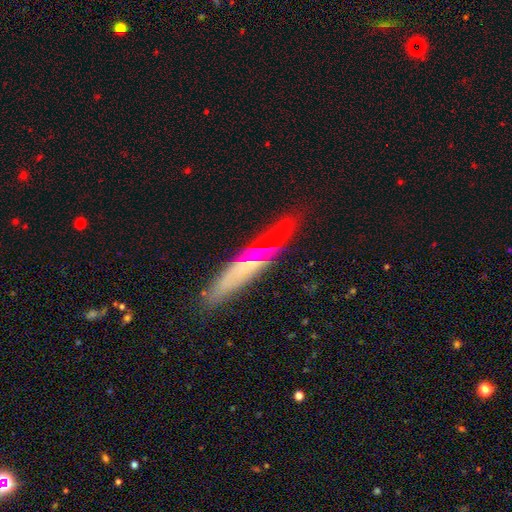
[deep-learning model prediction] Smooth or featured: featured or disk — 53% (smooth — 37%)
Edge-on disk: yes — 77% (no — 23%)
Merging: none — 65% (minor disturbance — 24%)